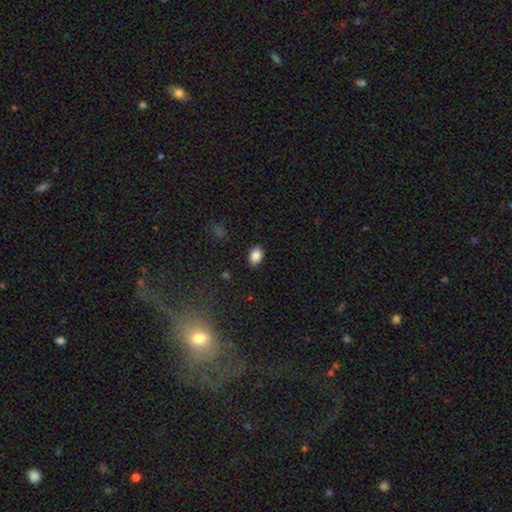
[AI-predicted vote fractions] Smooth or featured?
  - smooth: 86% *
  - star or artifact: 9%
  - featured or disk: 5%
How rounded?
  - in between: 78% *
  - round: 21%
  - cigar-shaped: 1%
Merging?
  - none: 87% *
  - minor disturbance: 9%
  - major disturbance: 2%
  - merger: 1%